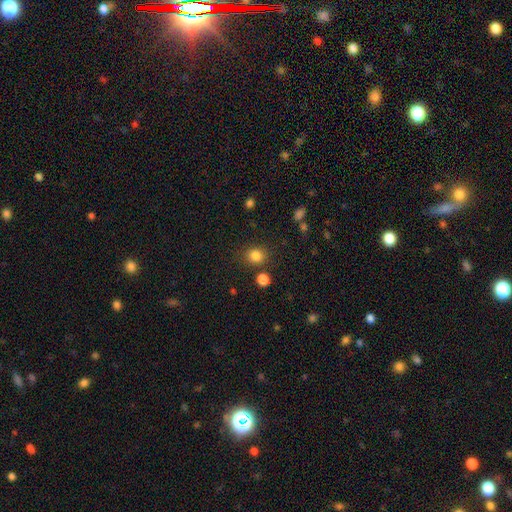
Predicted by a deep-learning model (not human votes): Smooth or featured?
  - smooth: 83% *
  - star or artifact: 12%
  - featured or disk: 5%
How rounded?
  - round: 74% *
  - in between: 25%
  - cigar-shaped: 1%
Merging?
  - none: 81% *
  - minor disturbance: 10%
  - merger: 5%
  - major disturbance: 4%